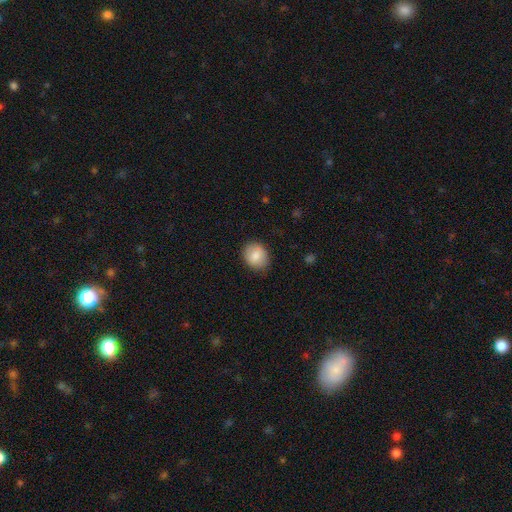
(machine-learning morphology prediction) The model was most divided on "how rounded": round: 59%, in between: 40%, cigar-shaped: 1%. More confident: smooth or featured — smooth (85%); merging — none (83%).